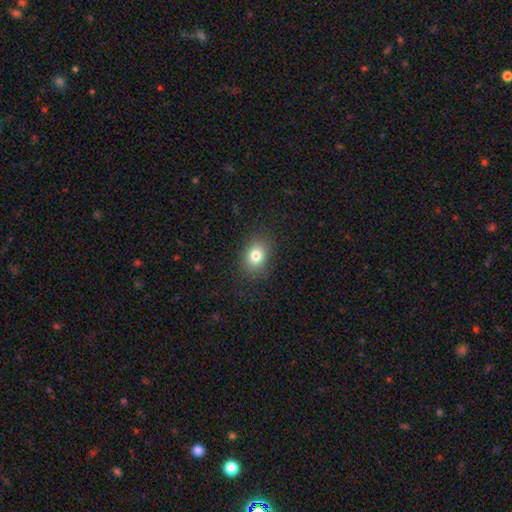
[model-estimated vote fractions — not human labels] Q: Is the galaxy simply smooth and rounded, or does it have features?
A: smooth — 80%.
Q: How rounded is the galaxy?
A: in between — 58%.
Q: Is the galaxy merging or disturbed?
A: none — 85%.